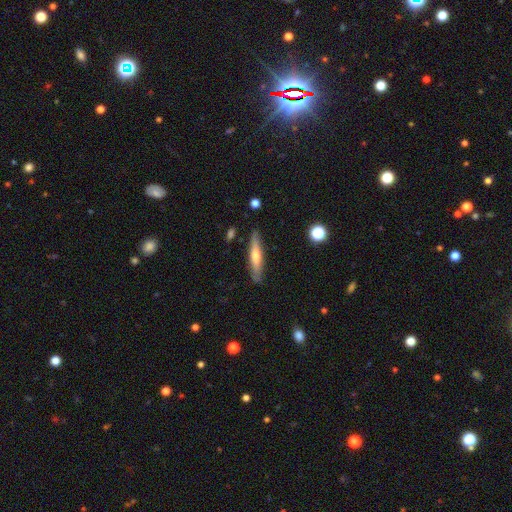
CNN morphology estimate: The model was most divided on "smooth or featured": smooth: 50%, featured or disk: 44%, star or artifact: 6%. More confident: how rounded — cigar-shaped (87%); merging — none (86%).